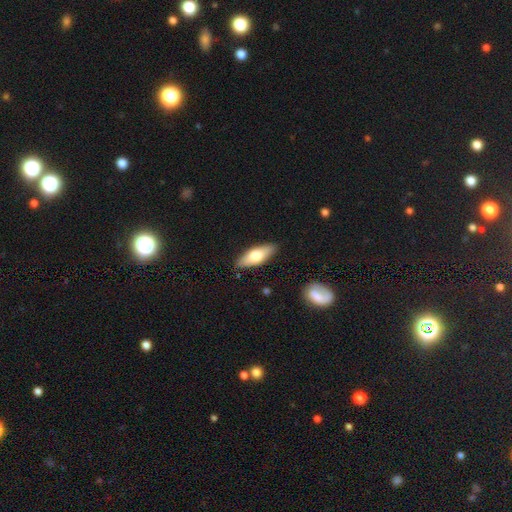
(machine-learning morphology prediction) A smooth galaxy with no disk features (63%) that is in between round and cigar-shaped (66%). Merging: none (88%).